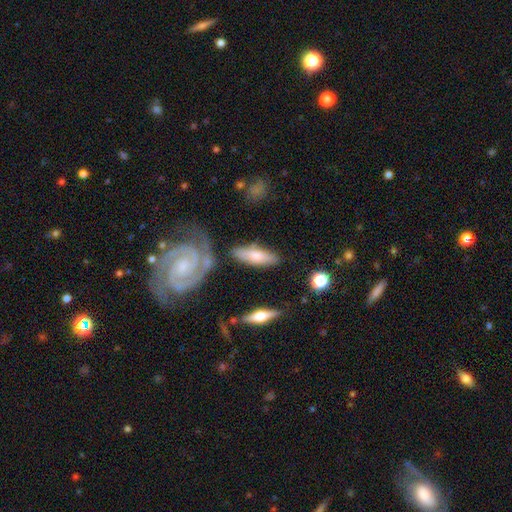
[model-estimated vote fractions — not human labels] smooth 63%, featured or disk 31%, star or artifact 6%. Down the decision tree: how rounded — cigar-shaped (55%); merging — none (69%).